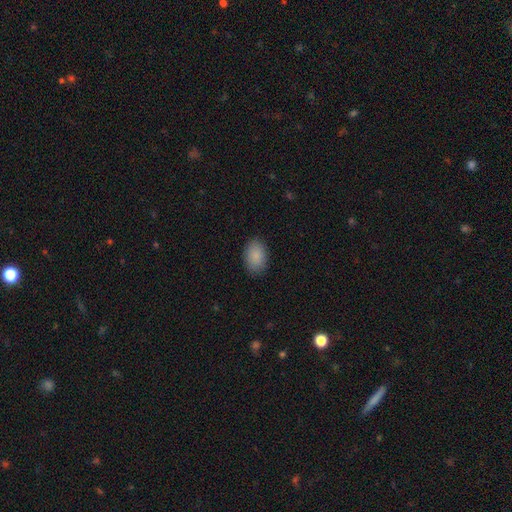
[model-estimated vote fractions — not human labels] smooth_or_featured: smooth (p=0.89) [alt: star or artifact p=0.07]
how_rounded: in between (p=0.83) [alt: round p=0.16]
merging: none (p=0.88) [alt: minor disturbance p=0.09]